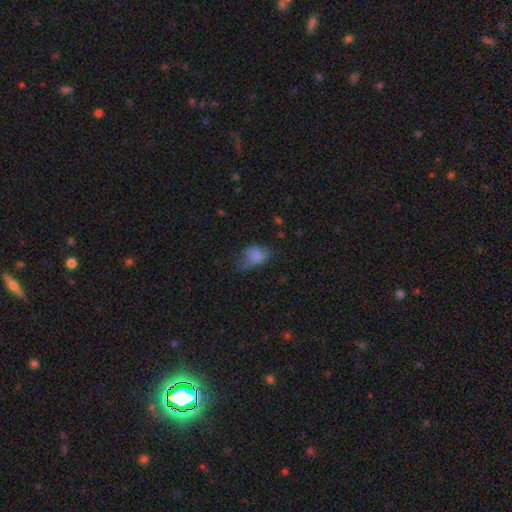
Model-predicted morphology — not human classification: This is likely a smooth galaxy (77%). How rounded: likely in between (79%). Merging: marginally minor disturbance (37%).